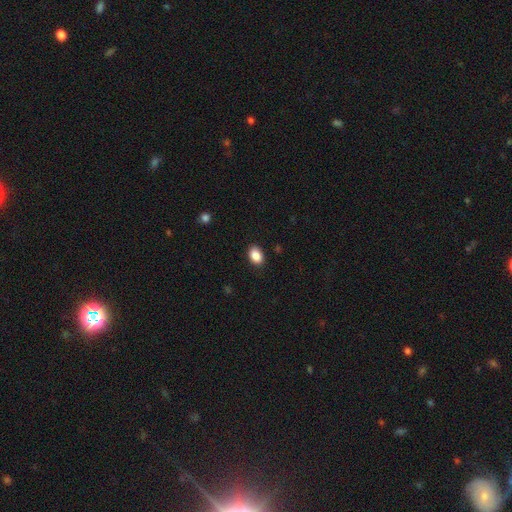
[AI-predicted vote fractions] Overall: smooth (89%). How rounded: in between (83%). Merging: none (88%).